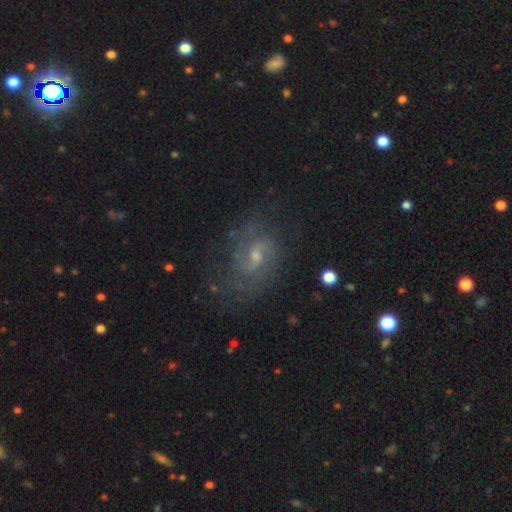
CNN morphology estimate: Smooth or featured?
  - featured or disk: 81% *
  - smooth: 10%
  - star or artifact: 8%
Edge-on disk?
  - no: 97% *
  - yes: 3%
Bar?
  - weak: 59% *
  - no: 31%
  - strong: 11%
Spiral arms?
  - yes: 93% *
  - no: 7%
Spiral winding?
  - medium: 48% *
  - loose: 26%
  - tight: 26%
Spiral arm count?
  - 2: 67% *
  - can't tell: 18%
  - 3: 6%
  - 1: 3%
  - 4: 3%
  - more than 4: 3%
Bulge size?
  - small: 55% *
  - moderate: 37%
  - none: 5%
  - large: 2%
  - dominant: 1%
Merging?
  - none: 70% *
  - minor disturbance: 18%
  - major disturbance: 11%
  - merger: 2%